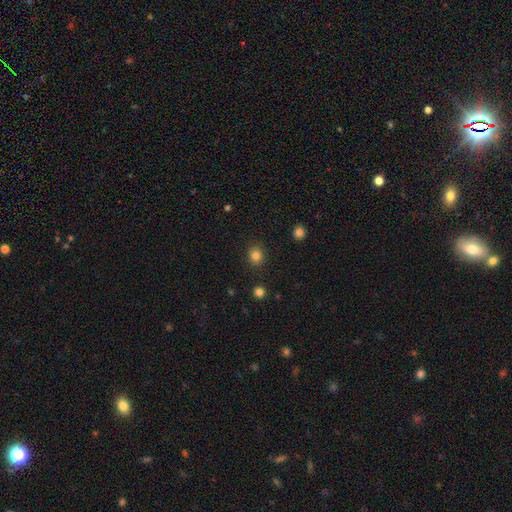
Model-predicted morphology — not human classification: This is clearly a smooth galaxy (83%). How rounded: likely round (75%). Merging: clearly none (89%).